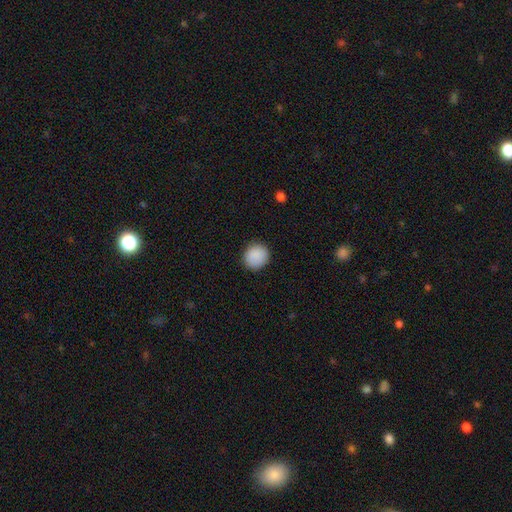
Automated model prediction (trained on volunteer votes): Smooth or featured? Predicted: smooth (p=0.89). How rounded? Predicted: round (p=0.88). Merging? Predicted: none (p=0.89).